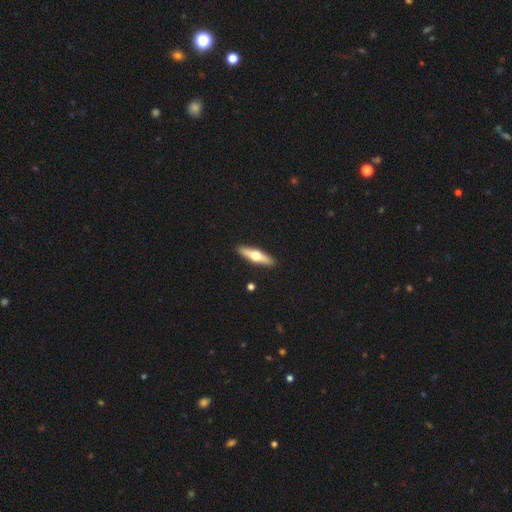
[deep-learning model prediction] smooth_or_featured: featured or disk (p=0.53) [alt: smooth p=0.42]
disk_edge_on: yes (p=0.92) [alt: no p=0.08]
merging: none (p=0.91) [alt: minor disturbance p=0.06]